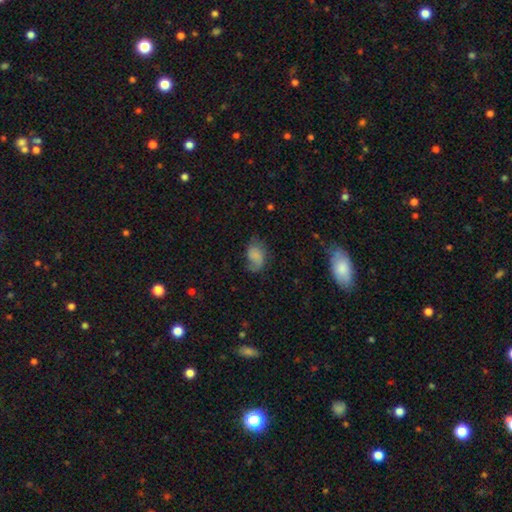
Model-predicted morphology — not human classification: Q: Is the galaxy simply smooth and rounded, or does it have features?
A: smooth — 55%.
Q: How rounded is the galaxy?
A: in between — 80%.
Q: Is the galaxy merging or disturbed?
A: none — 45%.